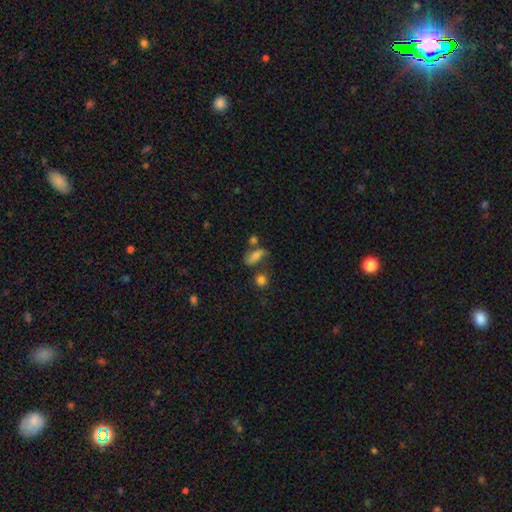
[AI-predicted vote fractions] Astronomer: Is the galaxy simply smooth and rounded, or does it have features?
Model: smooth — 71%.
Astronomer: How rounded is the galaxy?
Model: in between — 74%.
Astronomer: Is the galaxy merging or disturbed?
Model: none — 45% (runner-up: merger, 22%).